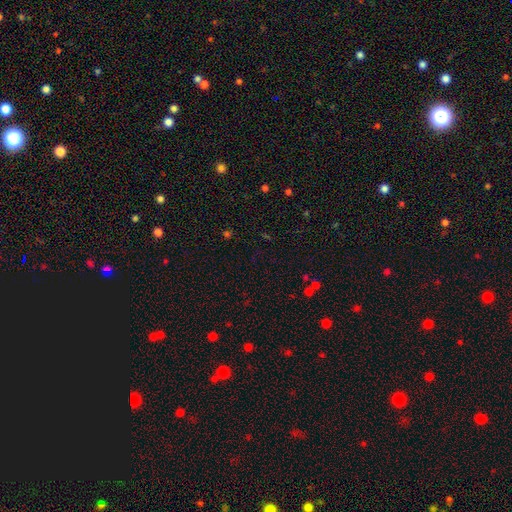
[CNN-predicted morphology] Smooth or featured? star or artifact (62%)